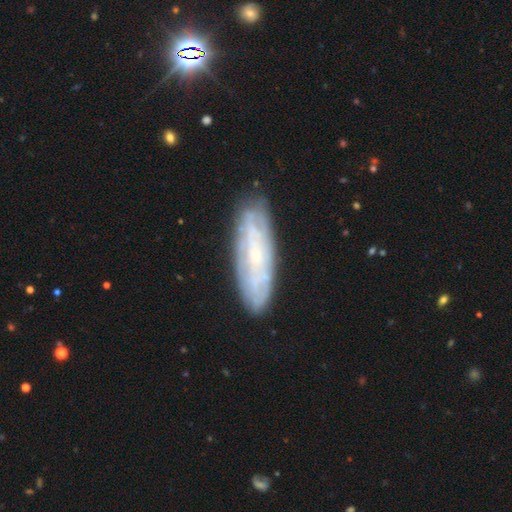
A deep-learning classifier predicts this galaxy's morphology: smooth_or_featured: featured or disk (p=0.66) [alt: smooth p=0.27]
disk_edge_on: no (p=0.76) [alt: yes p=0.24]
bar: no (p=0.69) [alt: weak p=0.24]
has_spiral_arms: yes (p=0.73) [alt: no p=0.27]
bulge_size: small (p=0.75) [alt: moderate p=0.16]
merging: none (p=0.83) [alt: minor disturbance p=0.13]